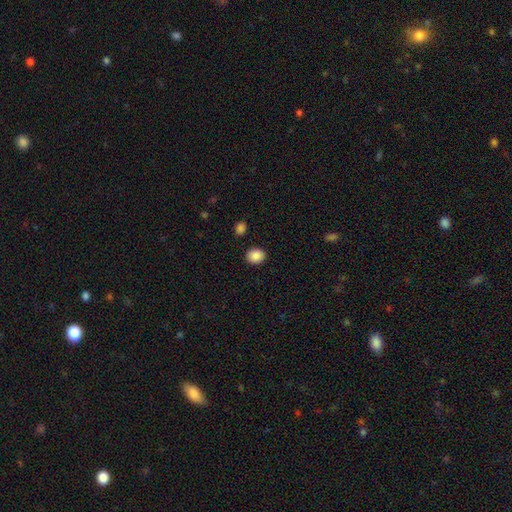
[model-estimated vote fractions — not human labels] Smooth or featured? Predicted: smooth (p=0.88). How rounded? Predicted: round (p=0.60). Merging? Predicted: none (p=0.89).